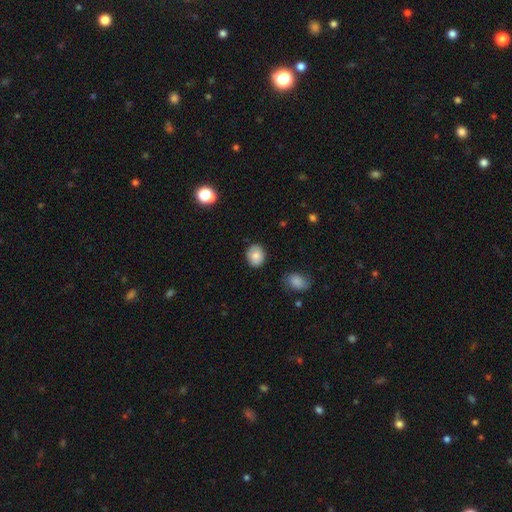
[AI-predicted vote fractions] A smooth galaxy with no disk features (82%) that is round (58%). Merging: none (84%).